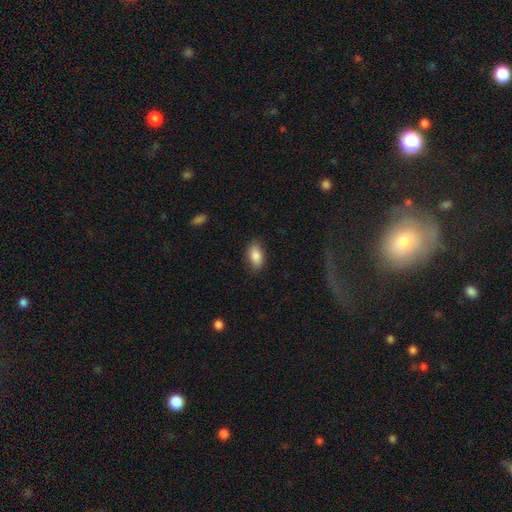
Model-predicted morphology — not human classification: Smooth or featured? smooth (87%)
How rounded? in between (91%)
Merging? none (85%)